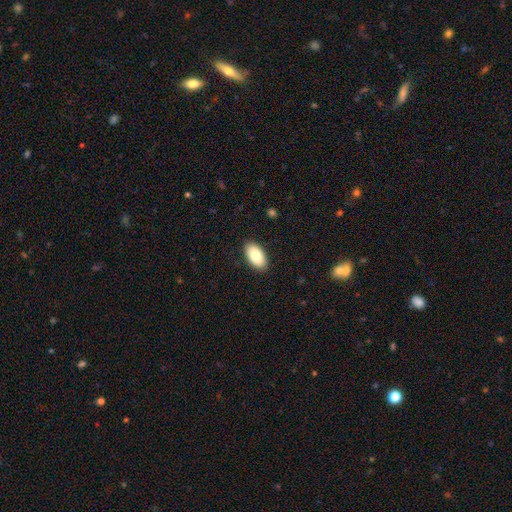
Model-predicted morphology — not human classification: Smooth or featured: smooth — 83% (featured or disk — 10%)
How rounded: in between — 95% (round — 3%)
Merging: none — 89% (minor disturbance — 8%)